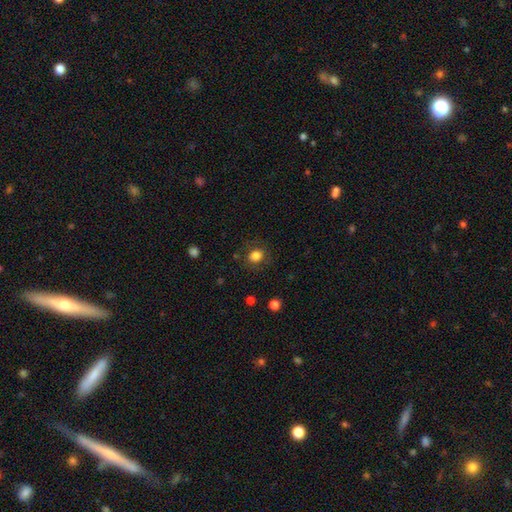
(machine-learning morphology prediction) The model was most divided on "how rounded": round: 72%, in between: 27%, cigar-shaped: 1%. More confident: smooth or featured — smooth (82%); merging — none (81%).